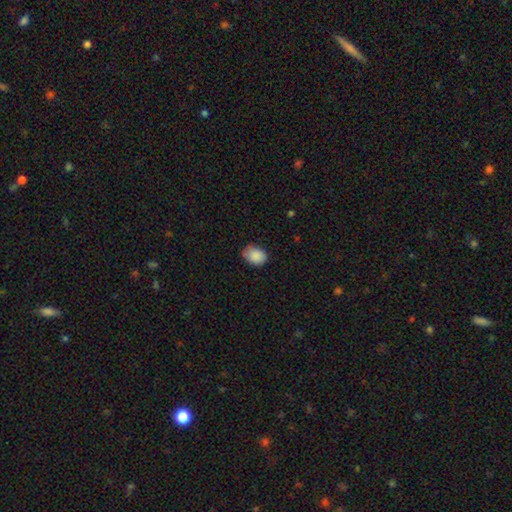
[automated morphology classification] smooth 88%, star or artifact 8%, featured or disk 4%. Down the decision tree: how rounded — in between (64%); merging — none (69%).